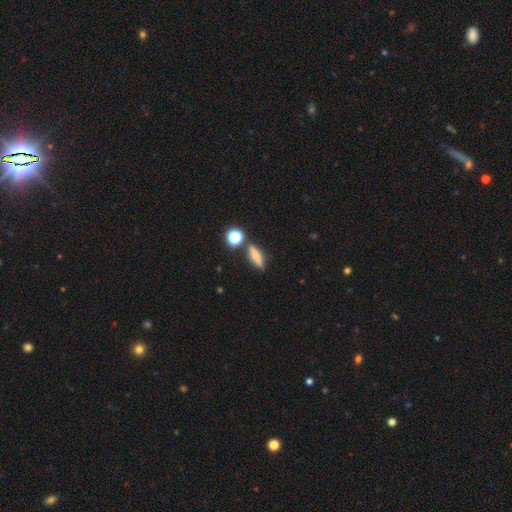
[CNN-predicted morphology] Q: Smooth or featured?
A: smooth (69%); runner-up: featured or disk (20%)
Q: How rounded?
A: cigar-shaped (55%); runner-up: in between (36%)
Q: Merging?
A: none (73%); runner-up: minor disturbance (14%)